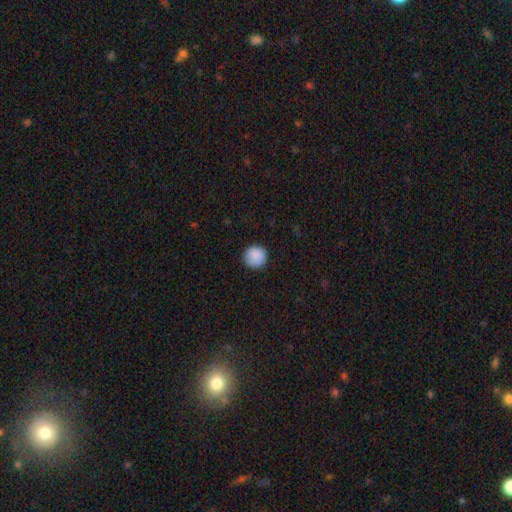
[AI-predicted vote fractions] Overall: smooth (89%). How rounded: round (95%). Merging: none (90%).